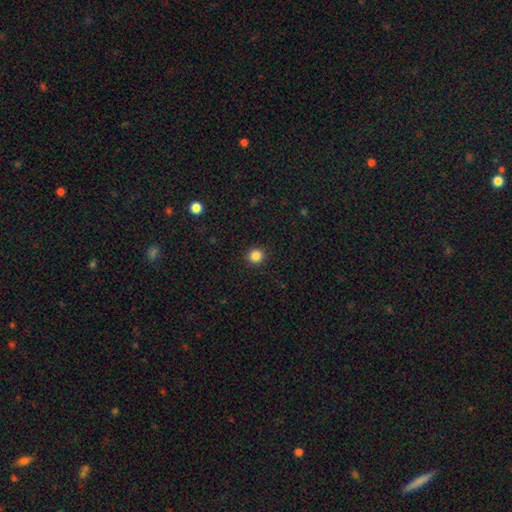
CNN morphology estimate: Smooth or featured: smooth — 85% (star or artifact — 11%)
How rounded: round — 93% (in between — 6%)
Merging: none — 92% (minor disturbance — 5%)